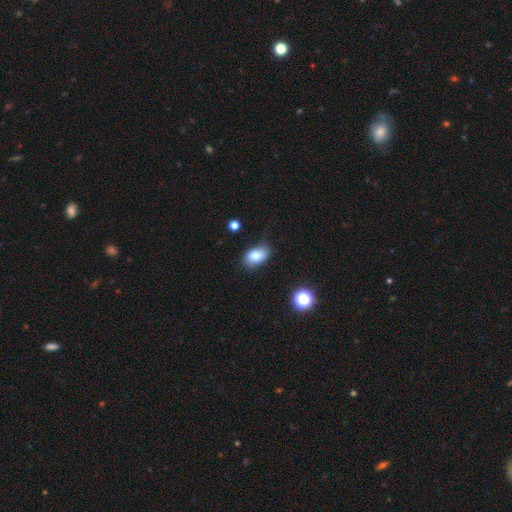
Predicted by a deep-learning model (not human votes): Morphology: type=smooth (83%); roundness=in between (89%); merging=none (76%).